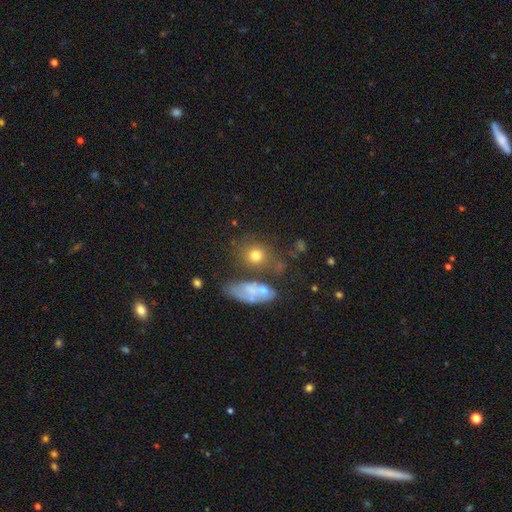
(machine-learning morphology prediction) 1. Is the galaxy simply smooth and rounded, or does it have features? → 73% smooth, 14% featured or disk, 13% star or artifact.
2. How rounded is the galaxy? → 68% round, 28% in between, 3% cigar-shaped.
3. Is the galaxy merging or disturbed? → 59% none, 17% merger, 15% minor disturbance, 9% major disturbance.